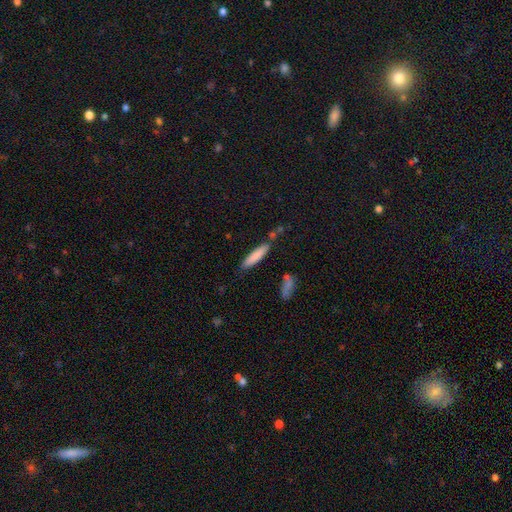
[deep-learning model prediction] smooth_or_featured: smooth (p=0.82) [alt: featured or disk p=0.12]
how_rounded: cigar-shaped (p=0.84) [alt: in between p=0.15]
merging: none (p=0.80) [alt: minor disturbance p=0.12]